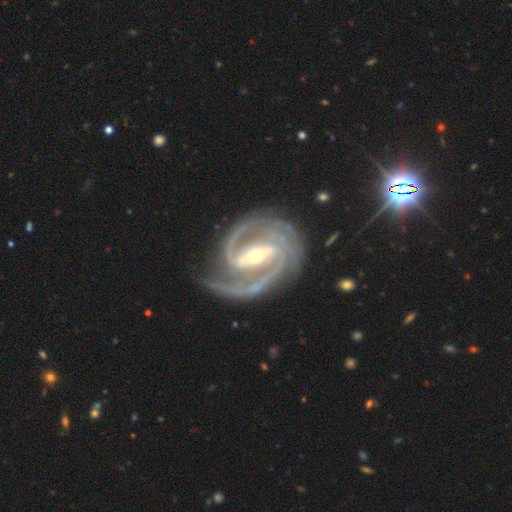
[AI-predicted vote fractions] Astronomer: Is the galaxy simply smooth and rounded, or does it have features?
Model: featured or disk — 94%.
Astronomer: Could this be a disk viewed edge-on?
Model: no — 98%.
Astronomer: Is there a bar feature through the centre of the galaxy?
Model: strong — 63%.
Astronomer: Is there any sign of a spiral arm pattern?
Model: yes — 99%.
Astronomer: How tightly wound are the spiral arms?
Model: tight — 52% (runner-up: medium, 41%).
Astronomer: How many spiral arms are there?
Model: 2 — 56%.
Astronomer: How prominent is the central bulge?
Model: moderate — 56% (runner-up: small, 40%).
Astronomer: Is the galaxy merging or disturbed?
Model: none — 71%.